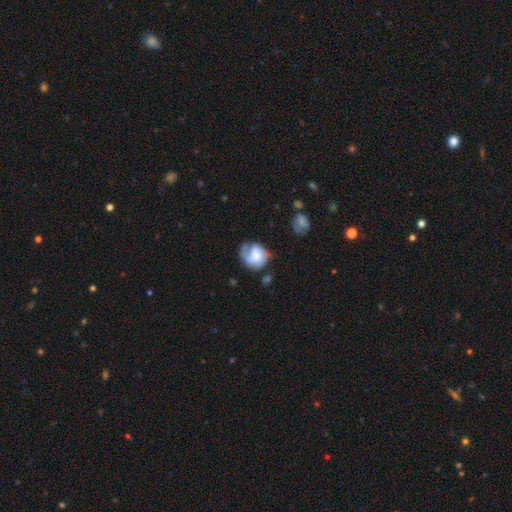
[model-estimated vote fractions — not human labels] Smooth or featured? Predicted: featured or disk (p=0.48). Merging? Predicted: none (p=0.47).